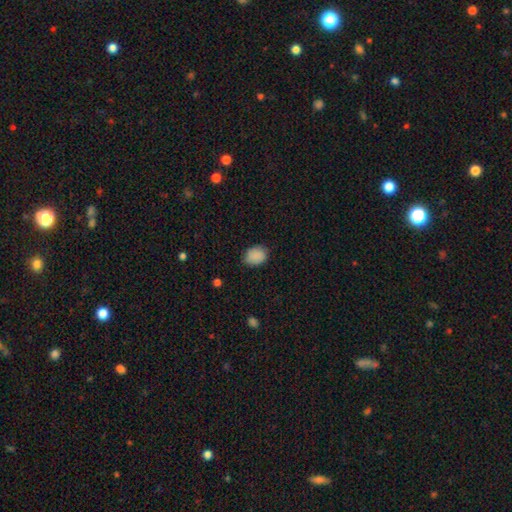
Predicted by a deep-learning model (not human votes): smooth 89%, star or artifact 8%, featured or disk 4%. Down the decision tree: how rounded — in between (64%); merging — none (79%).